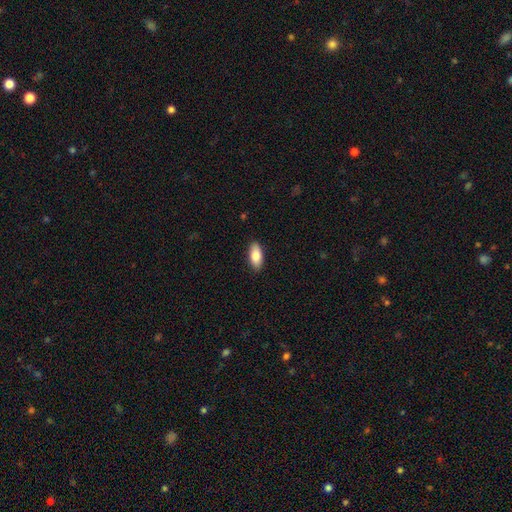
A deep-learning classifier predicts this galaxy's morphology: Smooth or featured?
  - smooth: 84% *
  - featured or disk: 10%
  - star or artifact: 6%
How rounded?
  - in between: 87% *
  - cigar-shaped: 10%
  - round: 2%
Merging?
  - none: 89% *
  - minor disturbance: 8%
  - major disturbance: 2%
  - merger: 1%